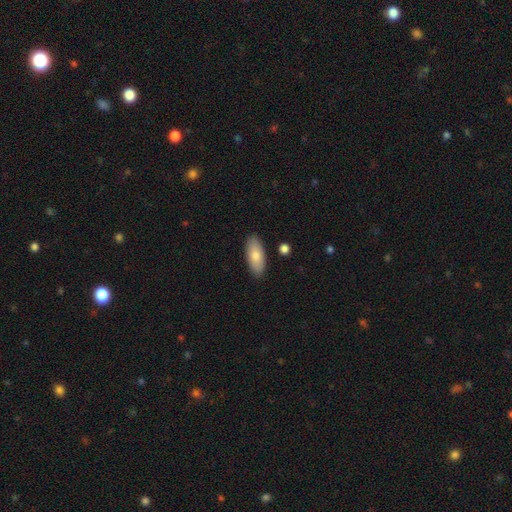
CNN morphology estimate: Smooth or featured: smooth — 78% (featured or disk — 16%)
How rounded: in between — 87% (cigar-shaped — 11%)
Merging: none — 87% (minor disturbance — 9%)